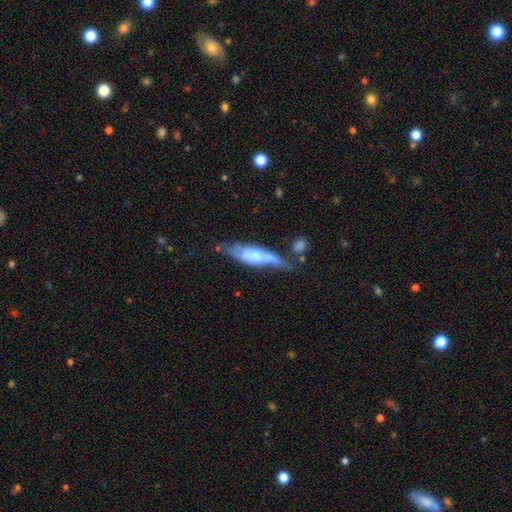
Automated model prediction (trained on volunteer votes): The model was most divided on "merging": none: 41%, minor disturbance: 29%, major disturbance: 18%, merger: 12%. More confident: edge-on disk — no (56%); smooth or featured — featured or disk (54%).